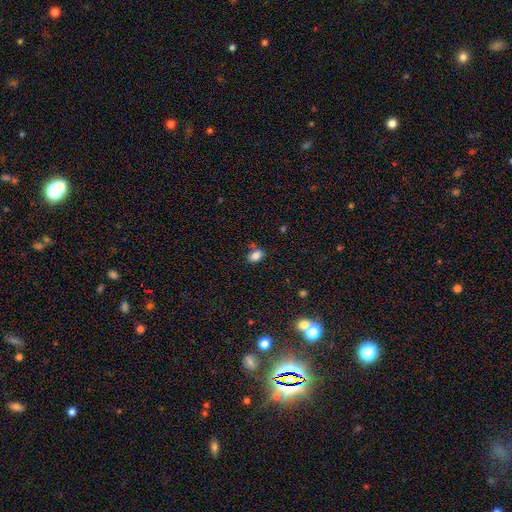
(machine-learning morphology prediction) smooth 85%, star or artifact 10%, featured or disk 5%. Down the decision tree: how rounded — in between (84%); merging — none (73%).